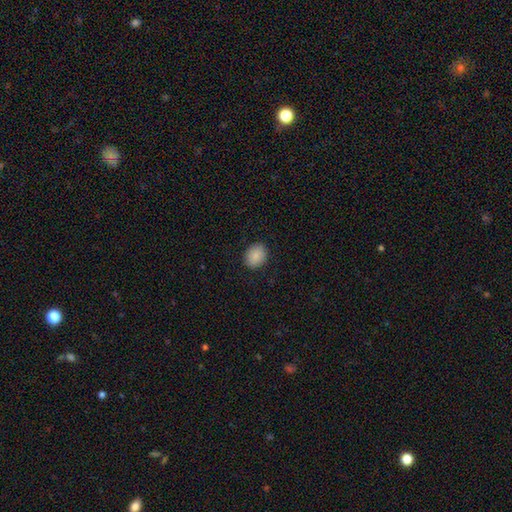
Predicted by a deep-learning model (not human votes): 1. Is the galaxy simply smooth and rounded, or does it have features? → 88% smooth, 8% star or artifact, 4% featured or disk.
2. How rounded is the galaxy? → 51% round, 49% in between, 1% cigar-shaped.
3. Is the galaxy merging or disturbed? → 89% none, 8% minor disturbance, 2% major disturbance, 1% merger.